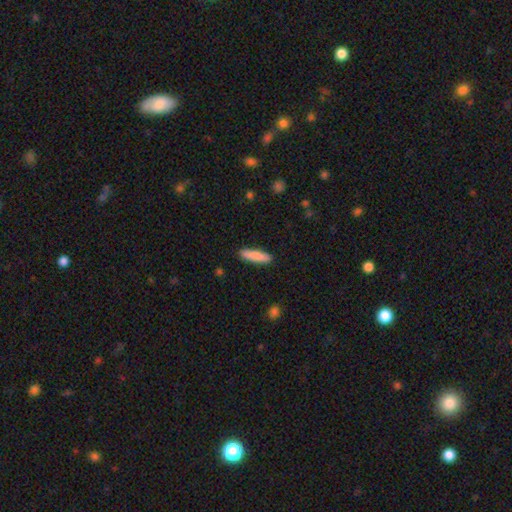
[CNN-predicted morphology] smooth-or-featured: smooth: 86% | featured or disk: 9% | star or artifact: 5%
  how-rounded: cigar-shaped: 79% | in between: 19% | round: 1%
  merging: none: 90% | minor disturbance: 8% | major disturbance: 2% | merger: 1%